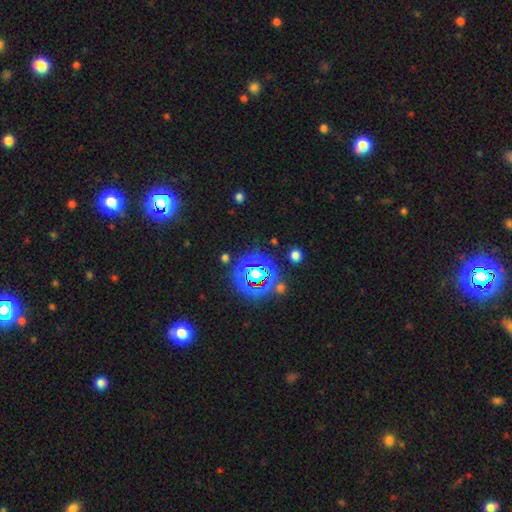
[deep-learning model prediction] star or artifact 73%, smooth 18%, featured or disk 9%.